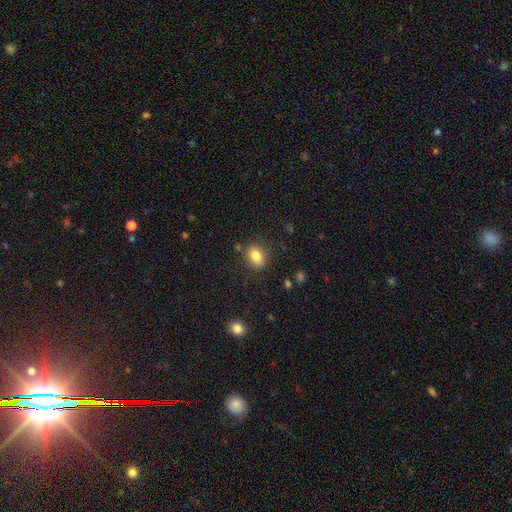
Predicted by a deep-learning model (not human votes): The model was most divided on "how rounded": in between: 75%, round: 23%, cigar-shaped: 2%. More confident: smooth or featured — smooth (83%); merging — none (80%).